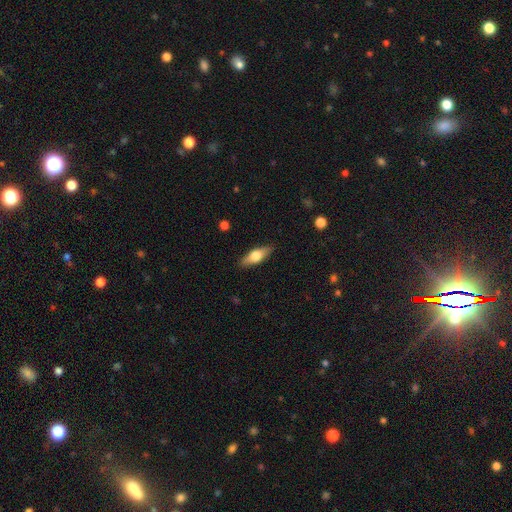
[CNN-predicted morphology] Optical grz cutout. It shows a smooth galaxy with no disk features (55%) that is in between round and cigar-shaped (61%). Merging: none (88%).